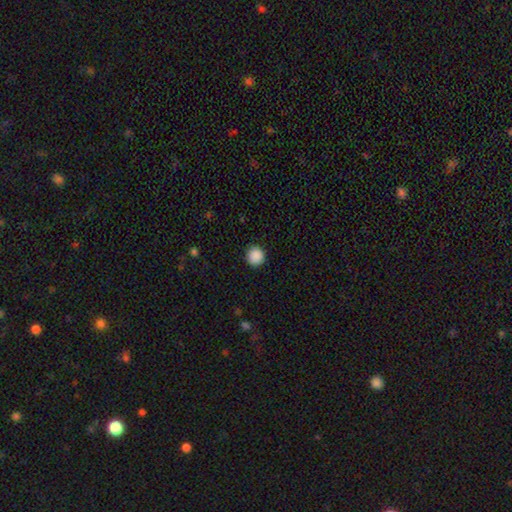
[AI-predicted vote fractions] This appears to be a smooth galaxy with no disk features (89%) that is round (94%). Merging: none (92%).